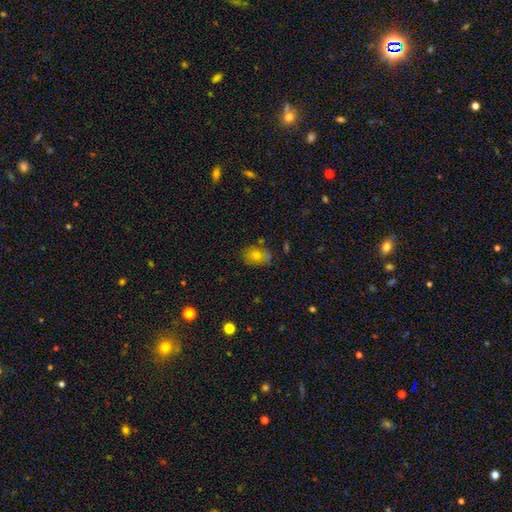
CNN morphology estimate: The model was most divided on "how rounded" (2-way tie): in between: 49%, round: 49%, cigar-shaped: 1%. More confident: smooth or featured — smooth (72%); merging — none (57%).